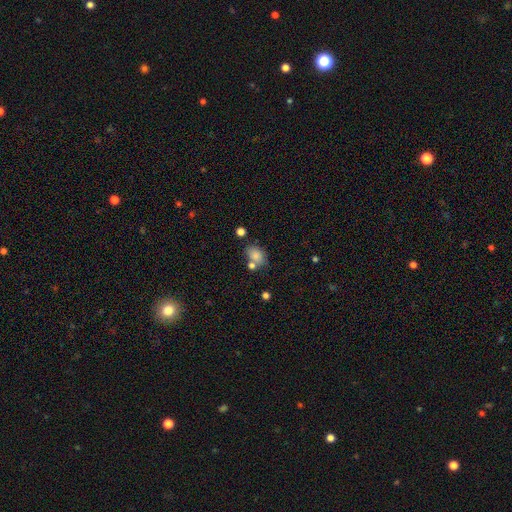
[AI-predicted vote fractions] A smooth galaxy with no disk features (81%) that is in between round and cigar-shaped (72%).

Vote fractions:
- Smooth or featured? smooth: 81% / star or artifact: 10% / featured or disk: 8%
- How rounded? in between: 72% / round: 27% / cigar-shaped: 1%
- Merging? none: 57% / merger: 20% / minor disturbance: 17% / major disturbance: 6%